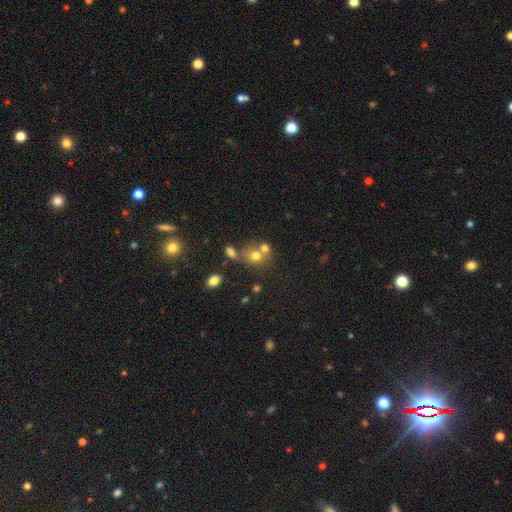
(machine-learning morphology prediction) type=smooth (66%); roundness=round (71%); merging=merger (42%, tied with none).